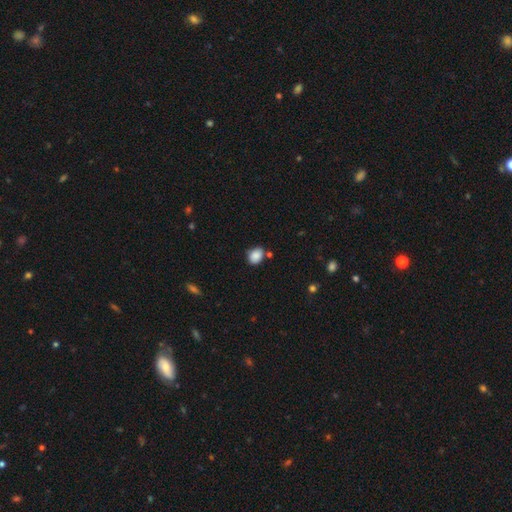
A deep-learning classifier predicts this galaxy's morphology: Overall: smooth (87%). How rounded: in between (56%; round 43%). Merging: none (72%).